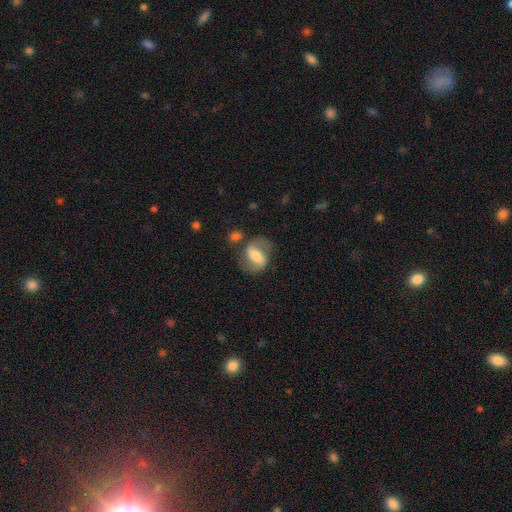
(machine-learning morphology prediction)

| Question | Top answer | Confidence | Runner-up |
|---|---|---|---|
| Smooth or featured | featured or disk | 61% | smooth (32%) |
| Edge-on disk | no | 95% | yes (5%) |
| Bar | strong | 50% | weak (33%) |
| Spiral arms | yes | 84% | no (16%) |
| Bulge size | moderate | 43% | small (28%) |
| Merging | none | 65% | minor disturbance (17%) |